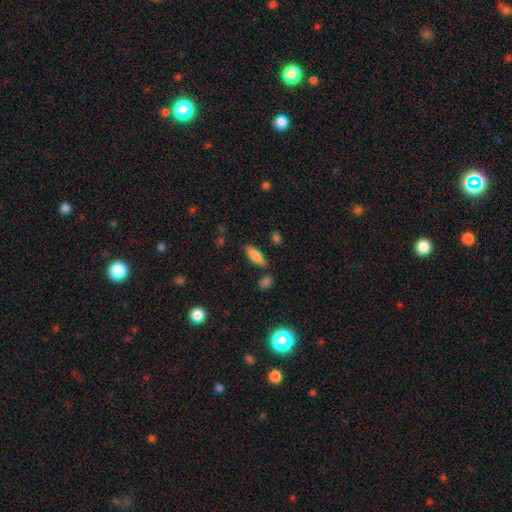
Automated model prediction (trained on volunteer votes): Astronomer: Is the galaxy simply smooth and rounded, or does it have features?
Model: smooth — 85%.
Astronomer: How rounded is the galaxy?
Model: in between — 77%.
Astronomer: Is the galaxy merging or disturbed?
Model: none — 79%.